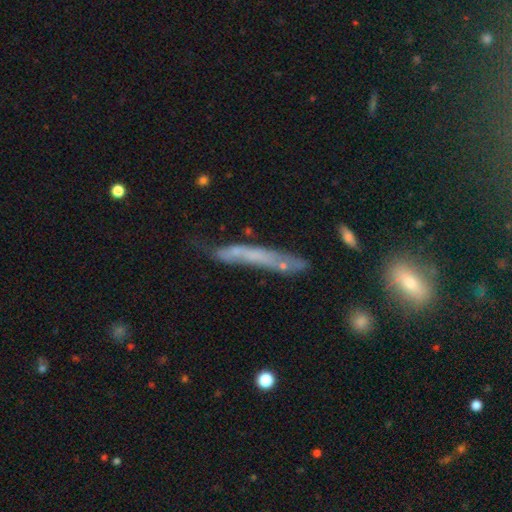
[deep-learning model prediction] smooth_or_featured: smooth (p=0.48) [alt: featured or disk p=0.43]
merging: none (p=0.47) [alt: minor disturbance p=0.27]